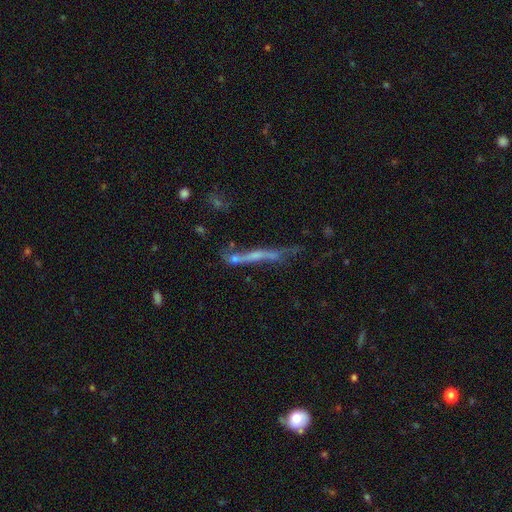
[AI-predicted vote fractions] The model was most divided on "merging": none: 46%, minor disturbance: 21%, major disturbance: 18%, merger: 15%. More confident: edge-on disk — yes (74%); smooth or featured — featured or disk (56%).